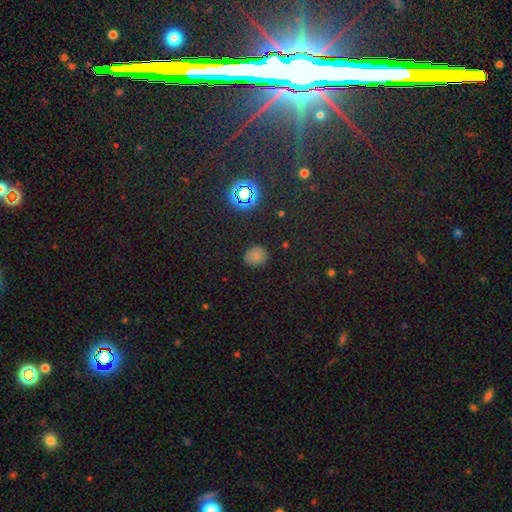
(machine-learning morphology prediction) smooth_or_featured: smooth (p=0.72) [alt: star or artifact p=0.22]
how_rounded: round (p=0.72) [alt: in between p=0.27]
merging: none (p=0.83) [alt: minor disturbance p=0.12]